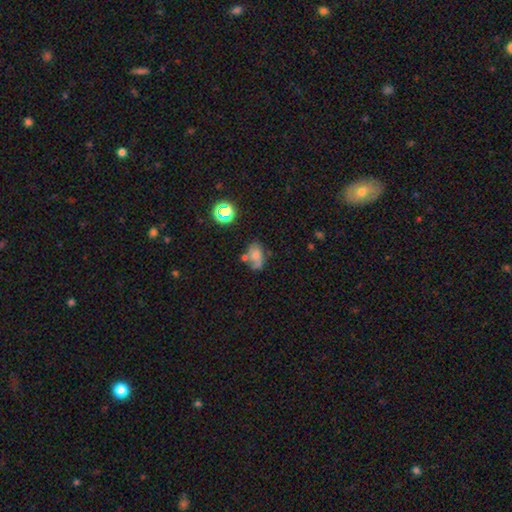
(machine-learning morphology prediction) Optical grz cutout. It shows a smooth galaxy with no disk features (58%) that is in between round and cigar-shaped (79%). Merging: none (42%).